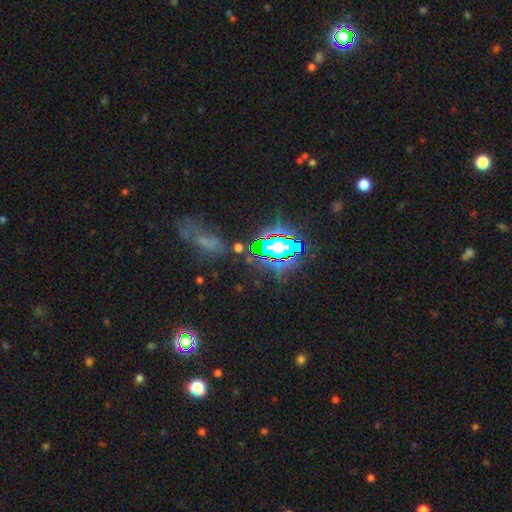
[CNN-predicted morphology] Smooth or featured: star or artifact — 72% (smooth — 16%)